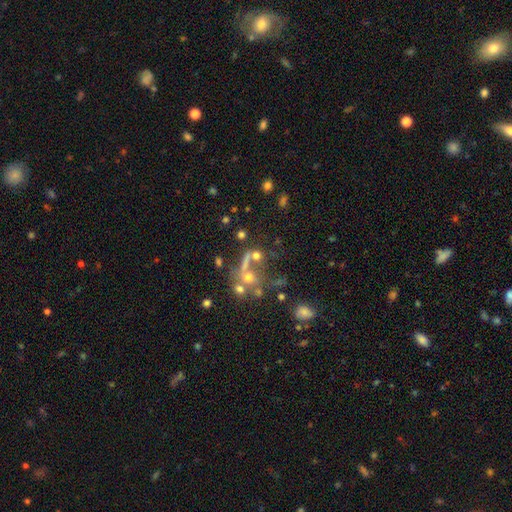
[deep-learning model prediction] Overall: smooth (53%; star or artifact 25%). How rounded: round (71%). Merging: none (39%, tied with merger).